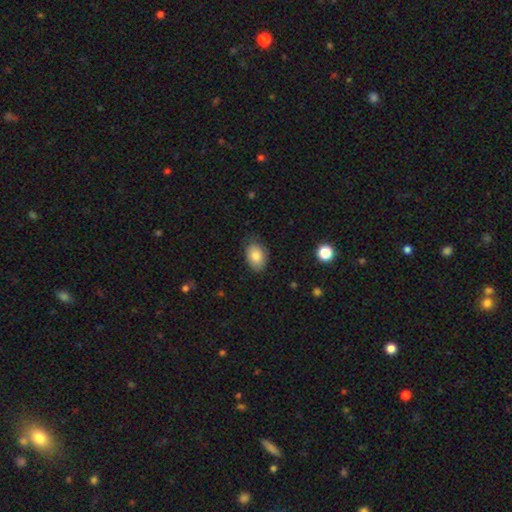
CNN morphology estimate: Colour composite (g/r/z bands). It shows a smooth galaxy with no disk features (83%) that is in between round and cigar-shaped (86%). Merging: none (78%).